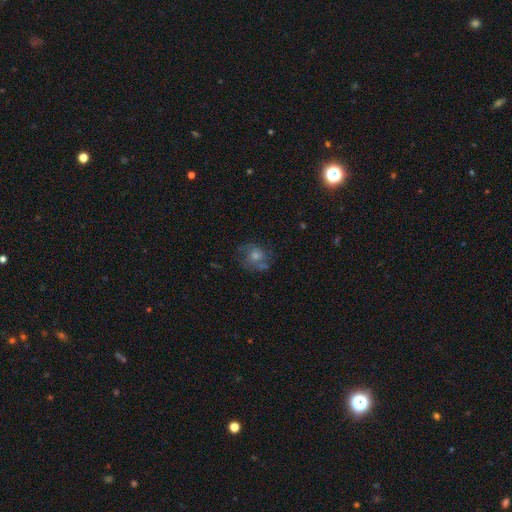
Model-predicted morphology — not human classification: Q: Smooth or featured?
A: featured or disk (49%); runner-up: smooth (28%)
Q: Merging?
A: none (70%); runner-up: minor disturbance (17%)